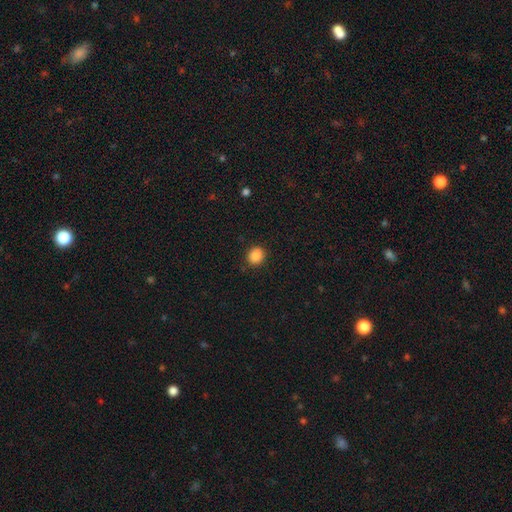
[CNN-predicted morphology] This appears to be a smooth galaxy with no disk features (87%) that is round (72%). Merging: none (87%).